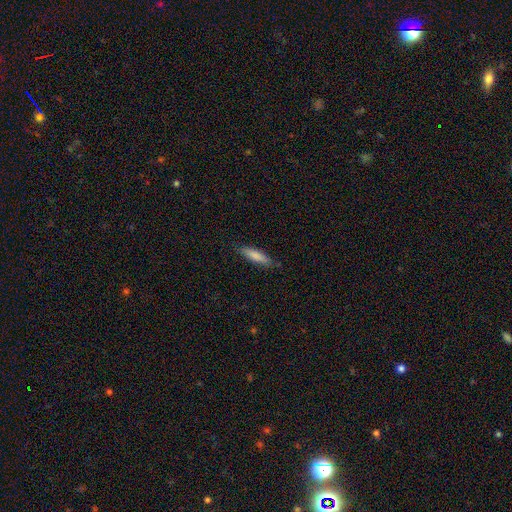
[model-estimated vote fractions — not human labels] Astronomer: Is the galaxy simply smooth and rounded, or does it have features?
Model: smooth — 82%.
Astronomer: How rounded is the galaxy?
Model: cigar-shaped — 73%.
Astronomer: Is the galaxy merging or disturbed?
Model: none — 83%.